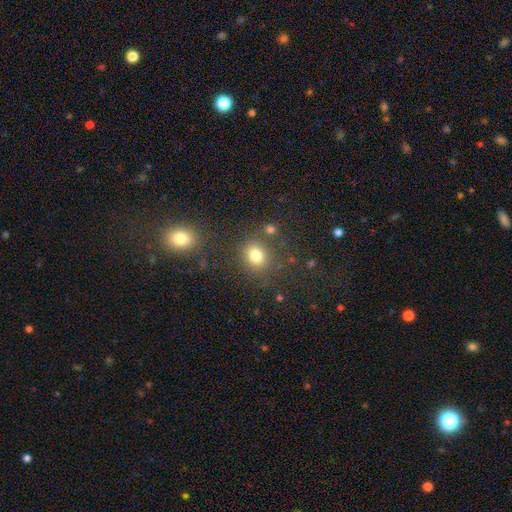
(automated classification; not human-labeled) Smooth or featured? Predicted: smooth (p=0.79). How rounded? Predicted: round (p=0.78). Merging? Predicted: none (p=0.76).